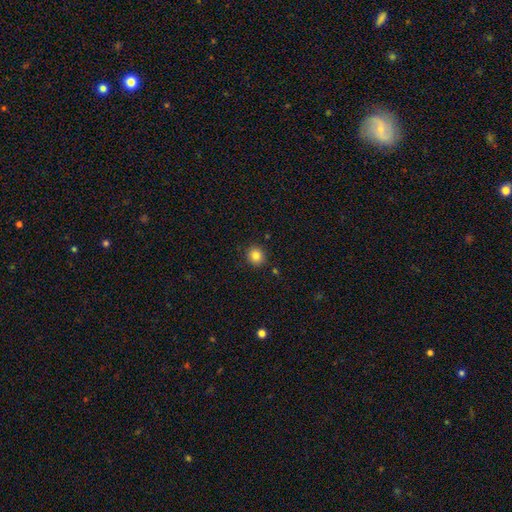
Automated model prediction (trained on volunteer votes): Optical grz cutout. It shows a smooth galaxy with no disk features (83%) that is round (85%). Merging: none (88%).